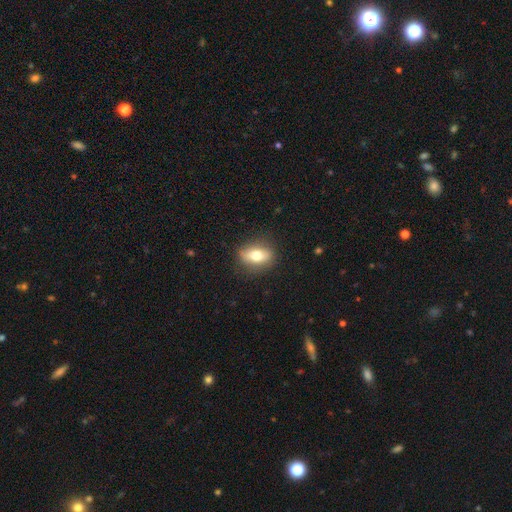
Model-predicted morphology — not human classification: smooth-or-featured: smooth: 65% | featured or disk: 27% | star or artifact: 8%
  how-rounded: in between: 73% | round: 17% | cigar-shaped: 9%
  merging: none: 83% | minor disturbance: 12% | major disturbance: 3% | merger: 1%